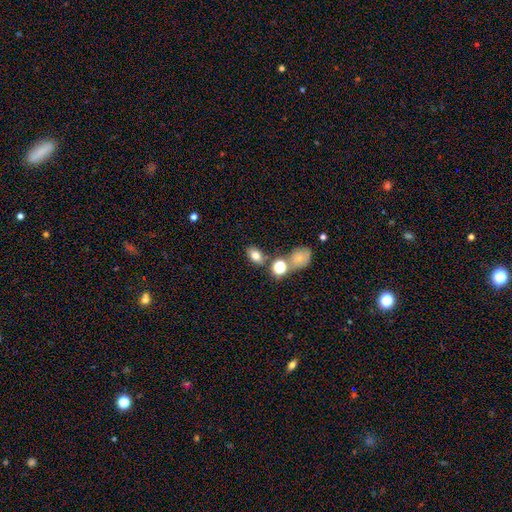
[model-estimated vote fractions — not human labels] Morphology: type=smooth (77%); roundness=in between (78%); merging=none (69%).